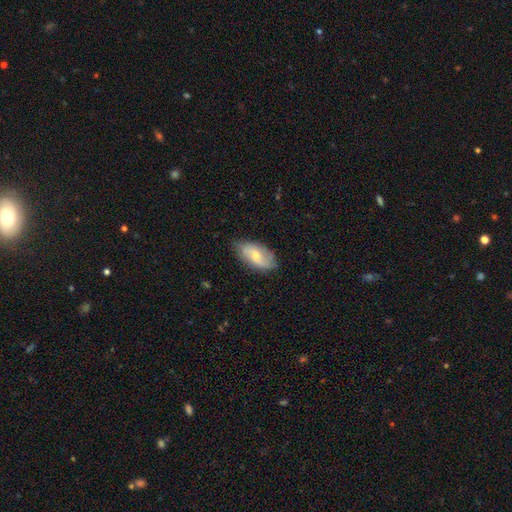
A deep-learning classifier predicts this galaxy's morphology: This appears to be a featured or disk galaxy (49%). Merging: none (74%).